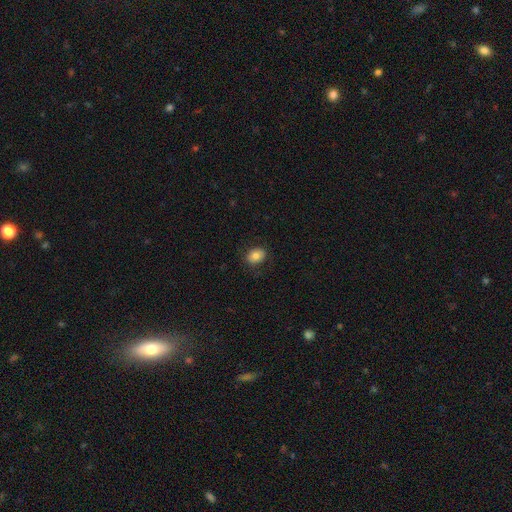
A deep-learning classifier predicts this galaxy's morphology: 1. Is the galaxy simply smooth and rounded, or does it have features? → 82% smooth, 9% star or artifact, 9% featured or disk.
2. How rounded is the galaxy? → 58% in between, 41% round, 1% cigar-shaped.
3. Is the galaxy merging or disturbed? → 84% none, 12% minor disturbance, 3% major disturbance, 1% merger.